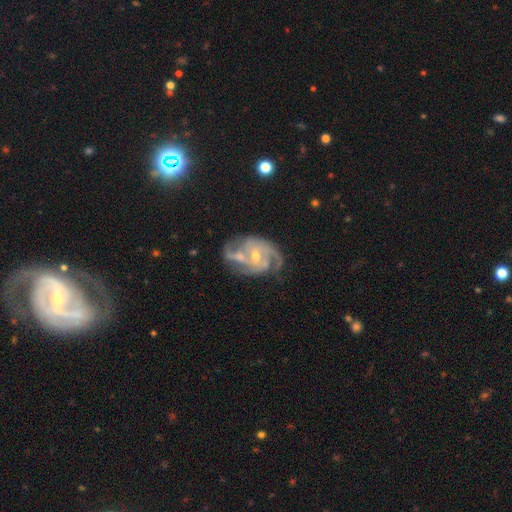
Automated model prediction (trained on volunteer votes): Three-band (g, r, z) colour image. It shows a featured or disk galaxy (88%) with no bar (42%, tied with weak), 3 (42%) medium (45%) spiral arms (96%) and a small central bulge (52%). Merging: none (51%).